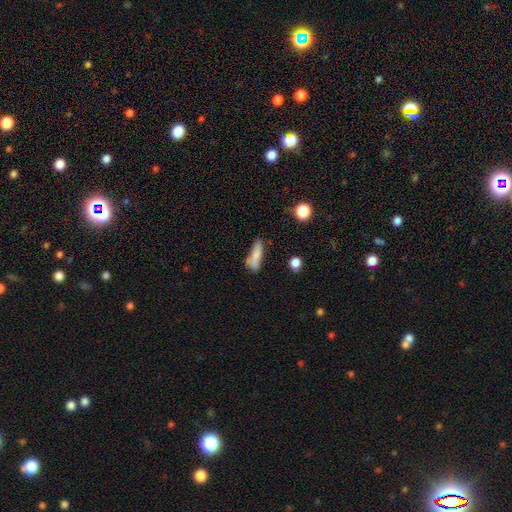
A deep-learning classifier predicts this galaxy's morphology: Smooth or featured? Predicted: smooth (p=0.75). How rounded? Predicted: cigar-shaped (p=0.57). Merging? Predicted: none (p=0.49).